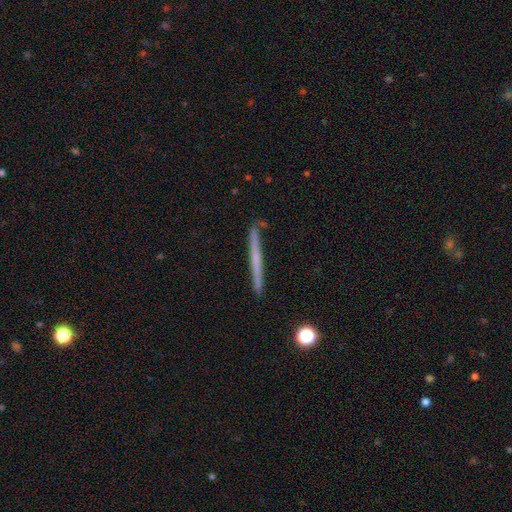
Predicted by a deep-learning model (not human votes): smooth_or_featured: featured or disk (p=0.53) [alt: smooth p=0.40]
disk_edge_on: yes (p=0.97) [alt: no p=0.03]
edge_on_bulge: none (p=0.84) [alt: rounded p=0.12]
merging: none (p=0.89) [alt: minor disturbance p=0.08]